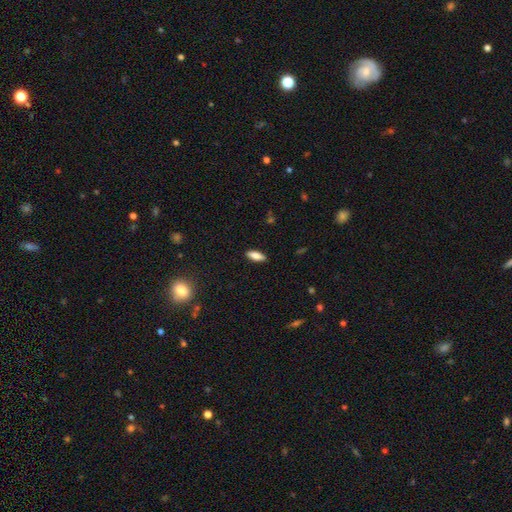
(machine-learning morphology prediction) smooth-or-featured: smooth: 79% | featured or disk: 13% | star or artifact: 7%
  how-rounded: in between: 70% | cigar-shaped: 28% | round: 2%
  merging: none: 88% | minor disturbance: 9% | major disturbance: 2% | merger: 1%